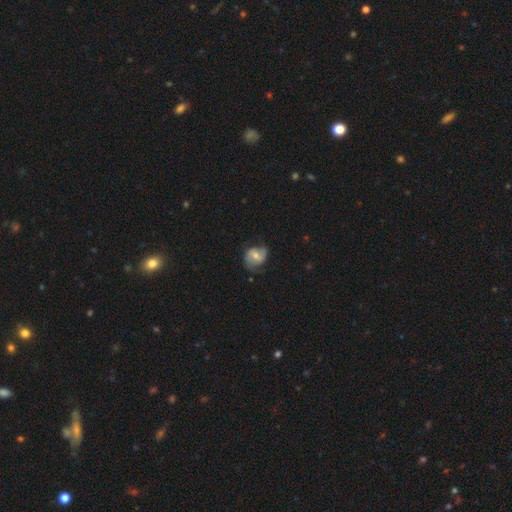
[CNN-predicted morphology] Q: Smooth or featured?
A: featured or disk (61%); runner-up: smooth (32%)
Q: Edge-on disk?
A: no (97%); runner-up: yes (3%)
Q: Bar?
A: weak (44%); runner-up: no (39%)
Q: Spiral arms?
A: yes (85%); runner-up: no (15%)
Q: Spiral winding?
A: medium (45%); runner-up: loose (29%)
Q: Spiral arm count?
A: 2 (78%); runner-up: can't tell (11%)
Q: Bulge size?
A: moderate (61%); runner-up: small (31%)
Q: Merging?
A: none (60%); runner-up: minor disturbance (26%)